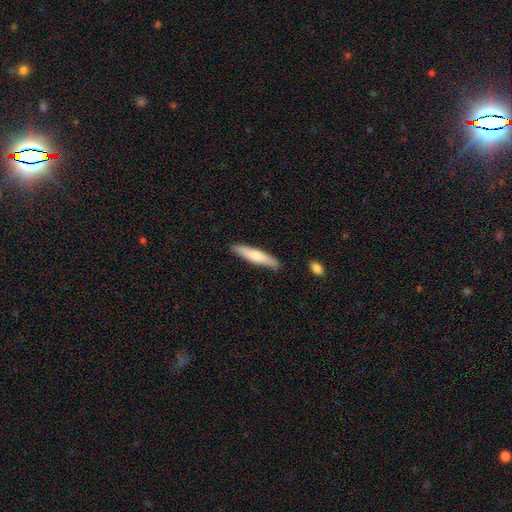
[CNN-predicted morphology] type=smooth (67%); roundness=cigar-shaped (87%); merging=none (86%).